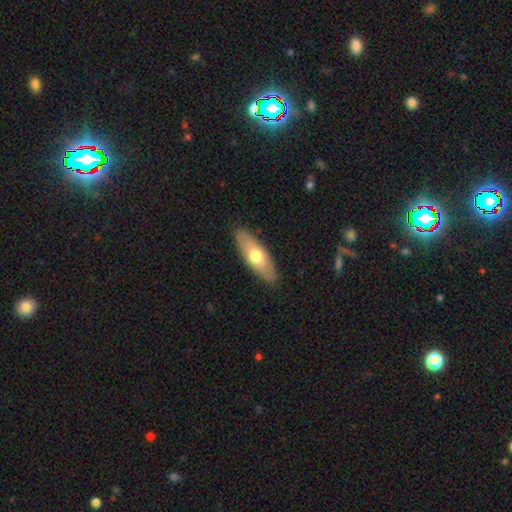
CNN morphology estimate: The model was most divided on "smooth or featured": smooth: 60%, featured or disk: 35%, star or artifact: 5%. More confident: merging — none (86%); how rounded — in between (66%).